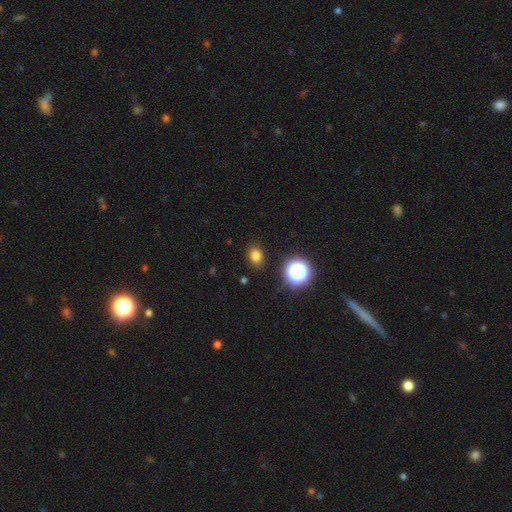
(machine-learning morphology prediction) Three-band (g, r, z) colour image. It shows a smooth galaxy with no disk features (78%) that is in between round and cigar-shaped (56%). Merging: none (87%).